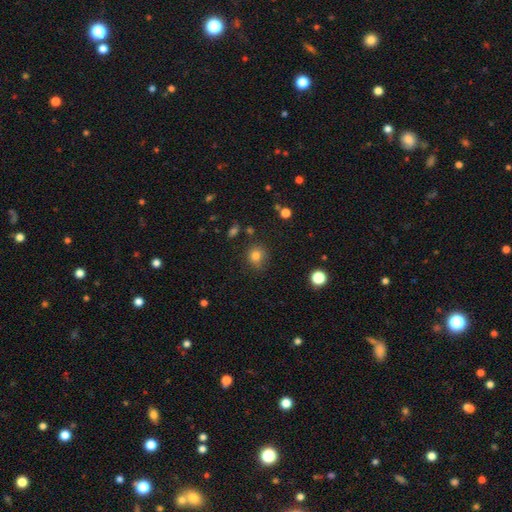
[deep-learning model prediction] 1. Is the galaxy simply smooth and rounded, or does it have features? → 80% smooth, 13% star or artifact, 6% featured or disk.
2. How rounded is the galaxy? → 82% round, 17% in between, 1% cigar-shaped.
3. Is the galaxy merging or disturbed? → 81% none, 13% minor disturbance, 3% major disturbance, 3% merger.